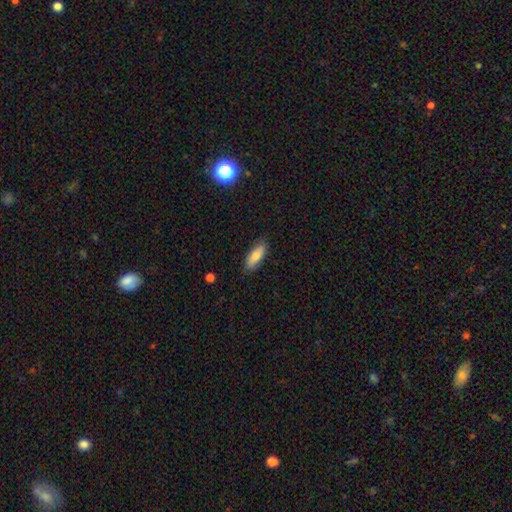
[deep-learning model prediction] Morphology: type=smooth (79%); roundness=in between (64%); merging=none (86%).